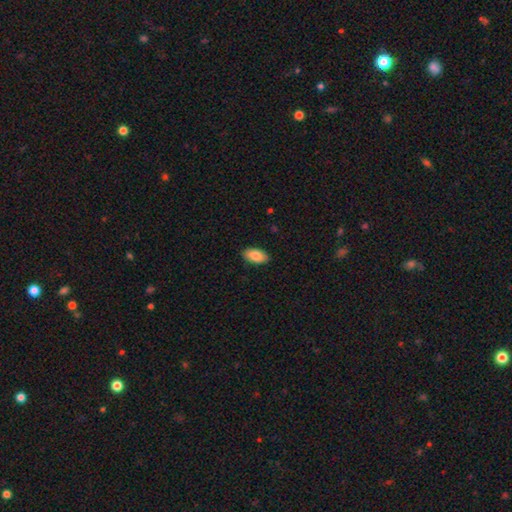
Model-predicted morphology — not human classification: Smooth or featured?
  - smooth: 87% *
  - featured or disk: 7%
  - star or artifact: 6%
How rounded?
  - in between: 94% *
  - cigar-shaped: 3%
  - round: 3%
Merging?
  - none: 89% *
  - minor disturbance: 9%
  - major disturbance: 2%
  - merger: 1%